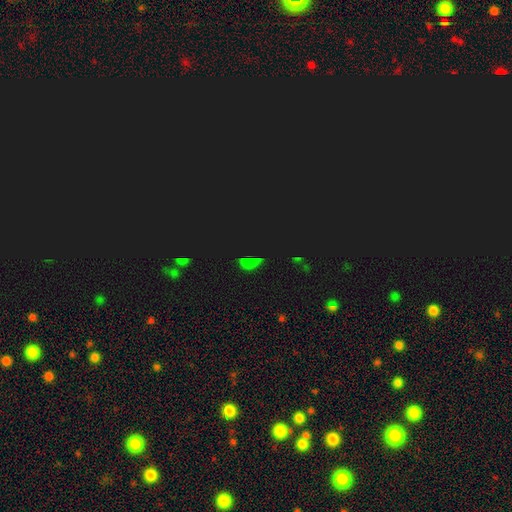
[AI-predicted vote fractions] The model was most divided on "smooth or featured": star or artifact: 67%, smooth: 26%, featured or disk: 7%.